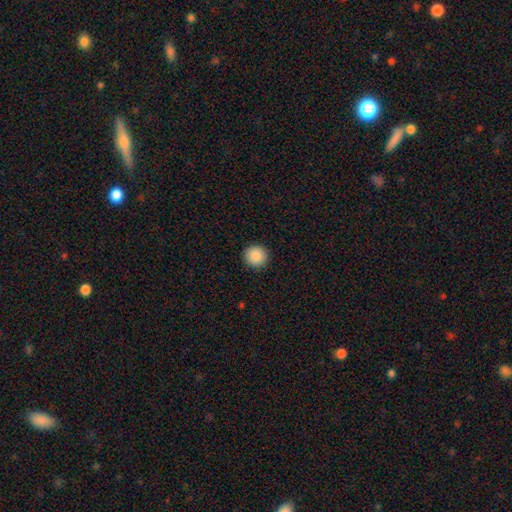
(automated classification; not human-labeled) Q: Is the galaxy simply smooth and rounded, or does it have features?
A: smooth — 89%.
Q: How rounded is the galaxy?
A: round — 95%.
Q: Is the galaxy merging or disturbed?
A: none — 93%.